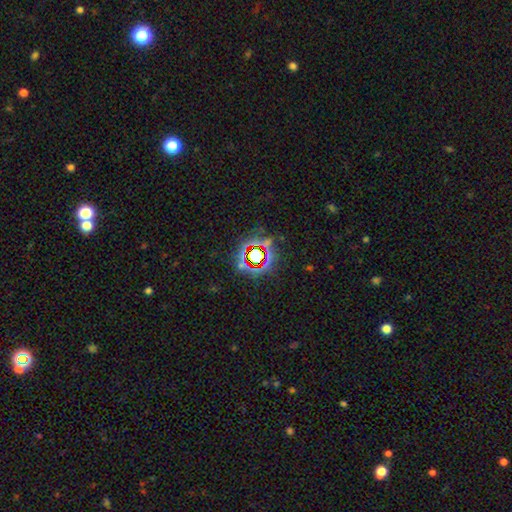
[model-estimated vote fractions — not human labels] star or artifact 73%, smooth 16%, featured or disk 11%.